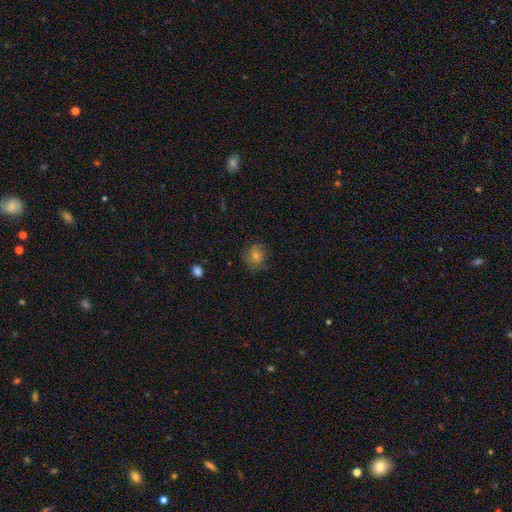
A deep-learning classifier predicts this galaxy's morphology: Smooth or featured: smooth — 56% (featured or disk — 24%)
How rounded: round — 79% (in between — 20%)
Merging: none — 78% (minor disturbance — 16%)